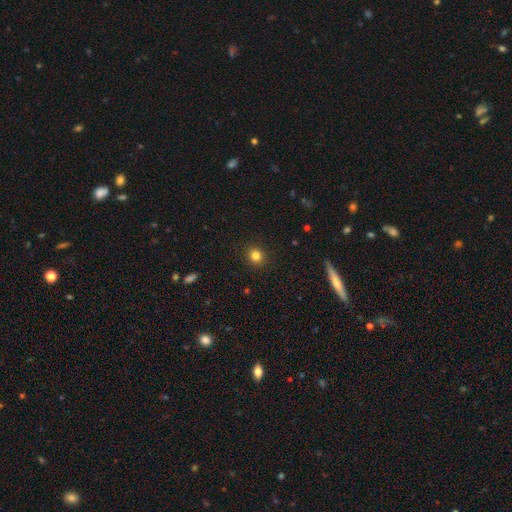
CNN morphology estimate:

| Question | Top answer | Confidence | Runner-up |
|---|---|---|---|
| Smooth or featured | smooth | 82% | star or artifact (13%) |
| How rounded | round | 86% | in between (13%) |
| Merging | none | 92% | minor disturbance (6%) |